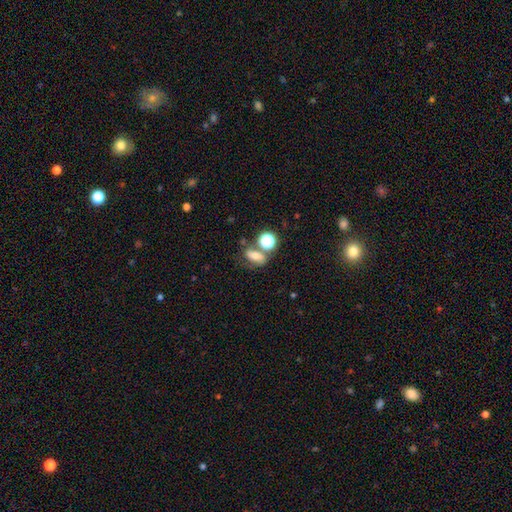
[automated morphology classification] smooth 59%, featured or disk 24%, star or artifact 17%. Down the decision tree: how rounded — in between (68%); merging — none (47%).